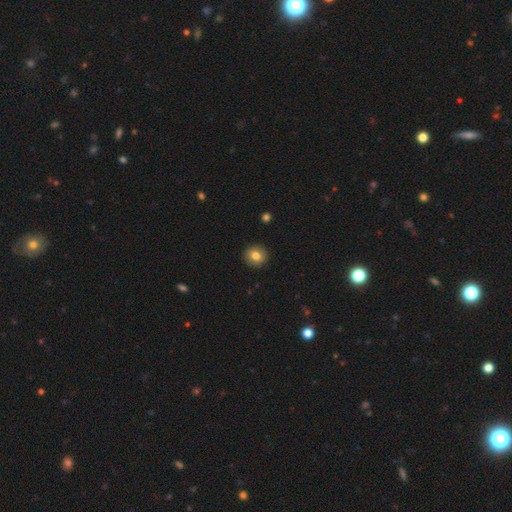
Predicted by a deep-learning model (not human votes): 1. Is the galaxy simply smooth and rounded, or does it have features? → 81% smooth, 10% featured or disk, 9% star or artifact.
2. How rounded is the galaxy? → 85% round, 14% in between, 1% cigar-shaped.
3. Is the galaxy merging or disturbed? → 91% none, 6% minor disturbance, 2% major disturbance, 1% merger.